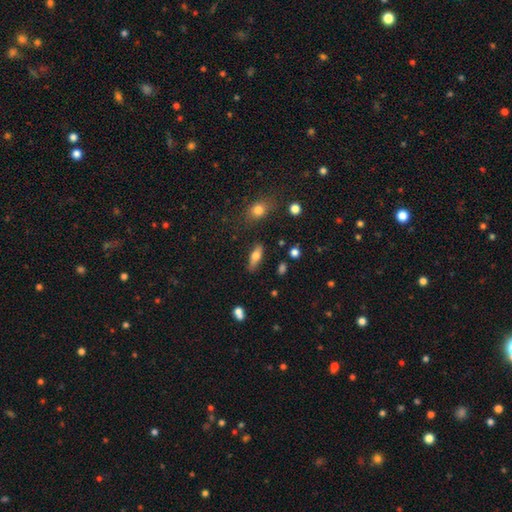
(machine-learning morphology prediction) Smooth or featured: smooth — 66% (featured or disk — 26%)
How rounded: in between — 65% (cigar-shaped — 31%)
Merging: none — 80% (minor disturbance — 14%)